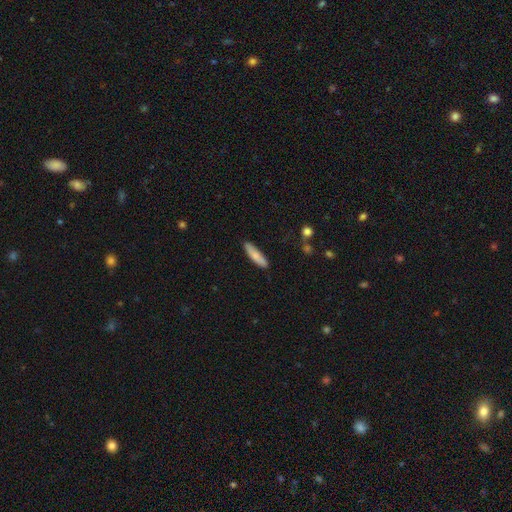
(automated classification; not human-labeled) Morphology: type=smooth (81%); roundness=cigar-shaped (77%); merging=none (86%).